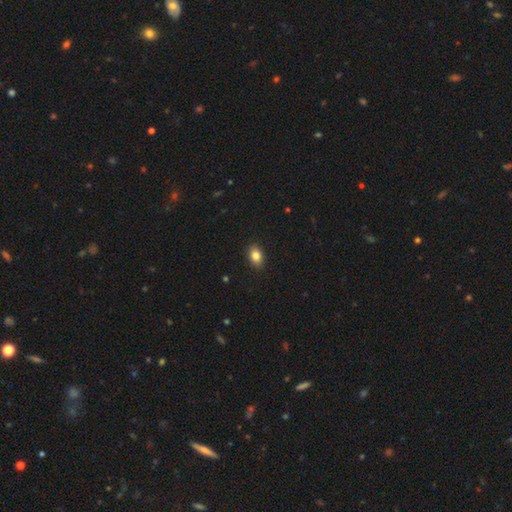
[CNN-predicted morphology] type=smooth (84%); roundness=in between (82%); merging=none (89%).